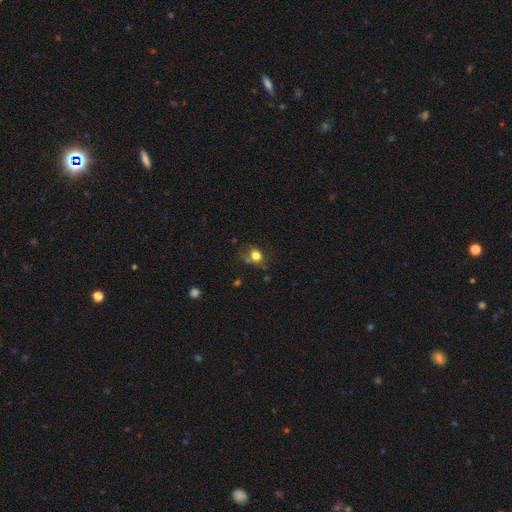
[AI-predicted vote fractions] smooth_or_featured: smooth (p=0.75) [alt: featured or disk p=0.13]
how_rounded: round (p=0.53) [alt: in between p=0.46]
merging: none (p=0.50) [alt: minor disturbance p=0.27]